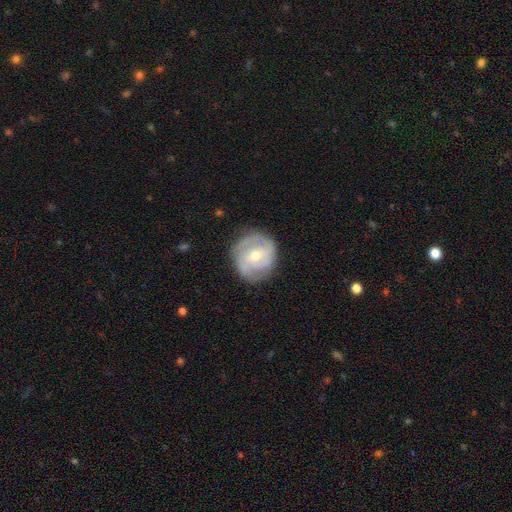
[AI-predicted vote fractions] A featured or disk galaxy (81%) with no bar (50%), 2 (41%) tight (59%) spiral arms (93%) and a moderate central bulge (54%). Merging: none (79%).